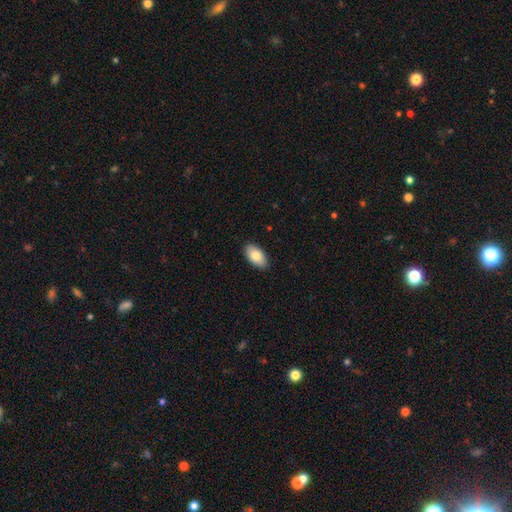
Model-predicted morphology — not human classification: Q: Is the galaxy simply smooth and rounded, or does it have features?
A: smooth — 83%.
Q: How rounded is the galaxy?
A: in between — 95%.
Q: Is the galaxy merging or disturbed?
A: none — 89%.